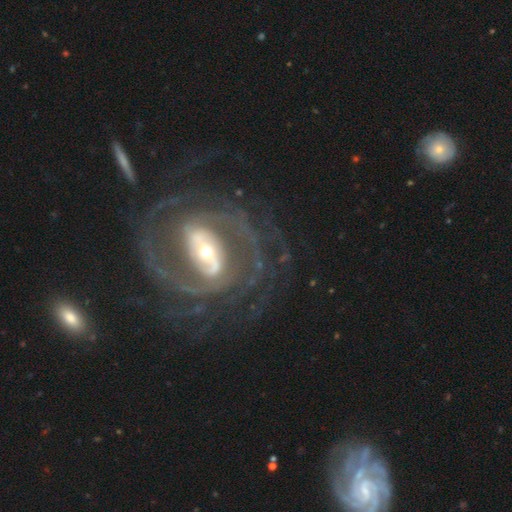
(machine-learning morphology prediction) A featured or disk galaxy (91%) with a strong bar (49%), 2 (57%) tight (48%) spiral arms (96%) and a small central bulge (50%). Merging: none (63%).